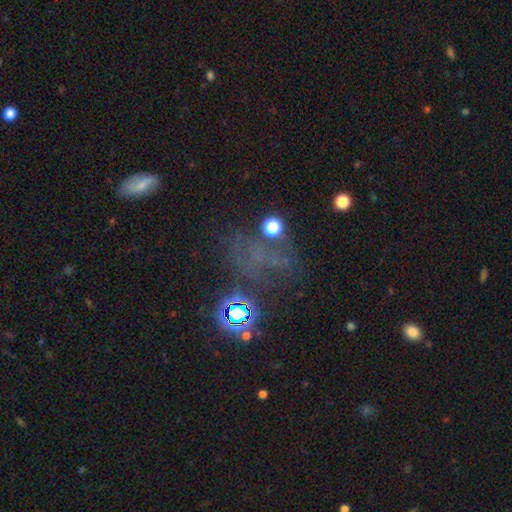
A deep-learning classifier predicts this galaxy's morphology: This is possibly a star or artifact rather than a galaxy (59%).